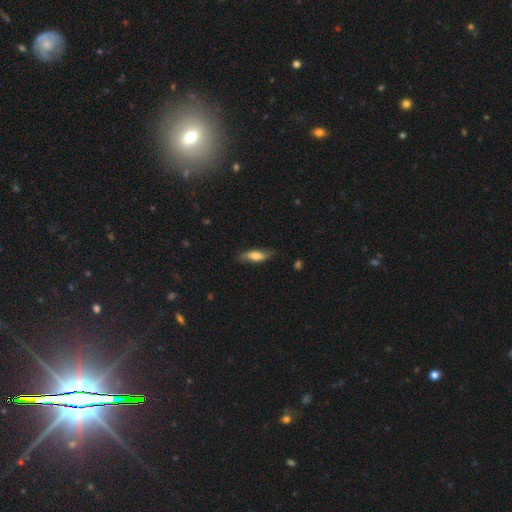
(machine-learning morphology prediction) This appears to be a smooth galaxy with no disk features (67%) that is in between round and cigar-shaped (57%). Merging: none (77%).